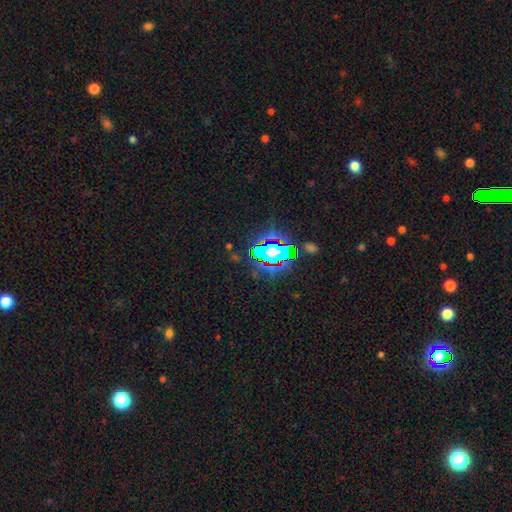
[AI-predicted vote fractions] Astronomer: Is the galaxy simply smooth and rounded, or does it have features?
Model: star or artifact — 77%.